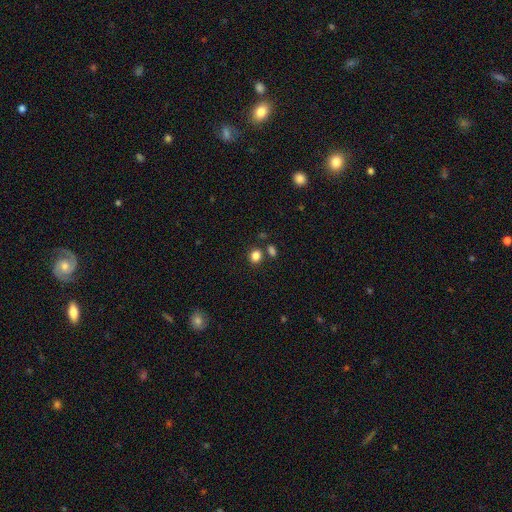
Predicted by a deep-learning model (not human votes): This appears to be a smooth galaxy with no disk features (83%) that is round (68%). Merging: none (76%).